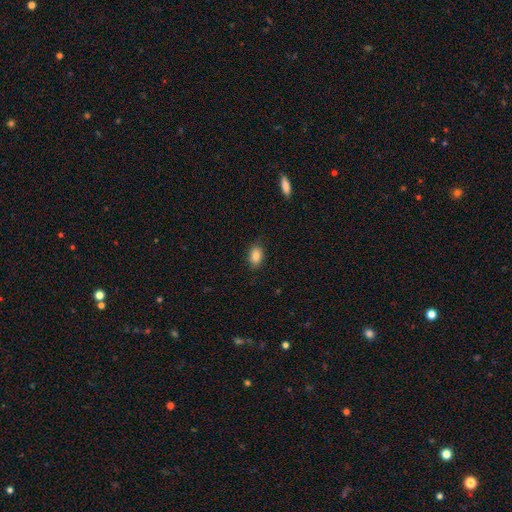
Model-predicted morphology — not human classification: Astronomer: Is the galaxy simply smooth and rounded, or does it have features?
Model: smooth — 87%.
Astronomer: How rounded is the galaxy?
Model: in between — 85%.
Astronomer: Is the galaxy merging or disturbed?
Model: none — 83%.